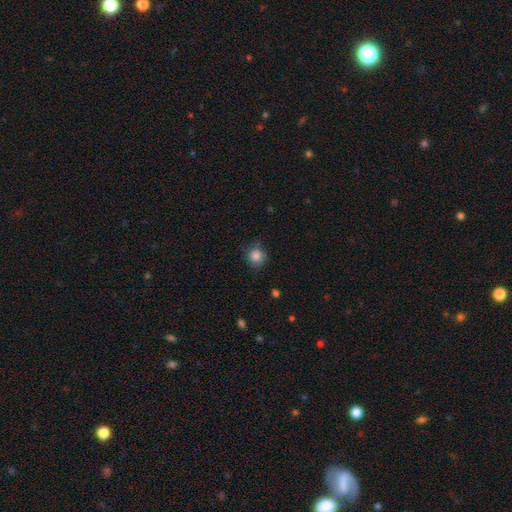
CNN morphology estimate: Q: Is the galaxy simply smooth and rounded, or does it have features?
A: smooth — 85%.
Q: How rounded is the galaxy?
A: round — 88%.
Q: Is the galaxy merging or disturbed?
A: none — 76%.